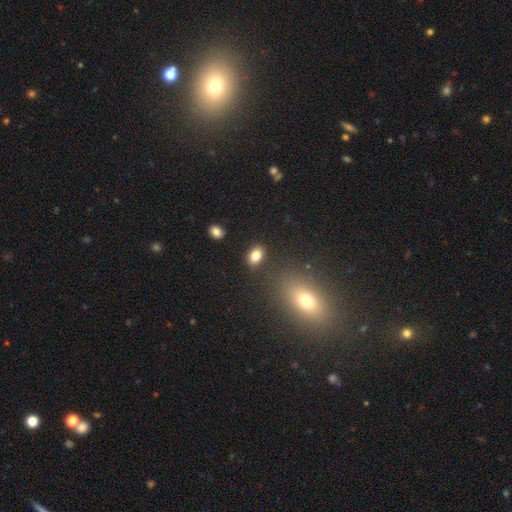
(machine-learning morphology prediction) This is clearly a smooth galaxy (83%). How rounded: clearly in between (82%). Merging: clearly none (84%).